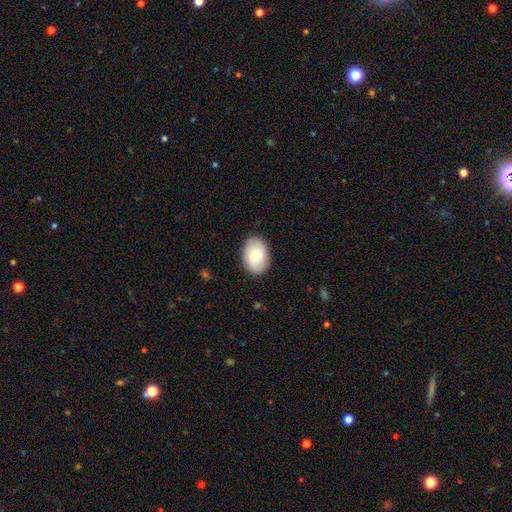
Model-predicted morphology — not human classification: Smooth or featured: smooth — 75% (featured or disk — 18%)
How rounded: in between — 83% (round — 16%)
Merging: none — 87% (minor disturbance — 9%)